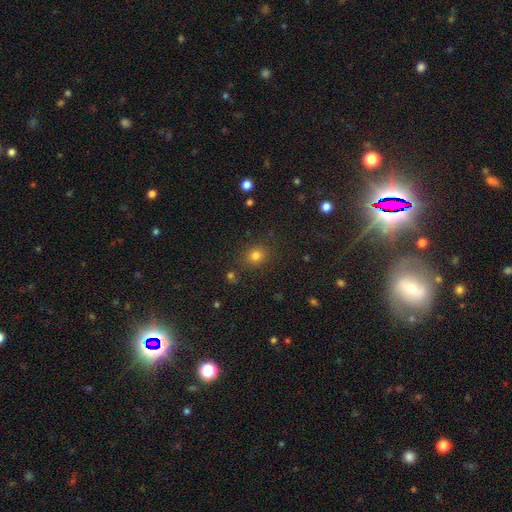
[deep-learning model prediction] smooth_or_featured: smooth (p=0.78) [alt: star or artifact p=0.16]
how_rounded: round (p=0.78) [alt: in between p=0.21]
merging: none (p=0.84) [alt: minor disturbance p=0.09]